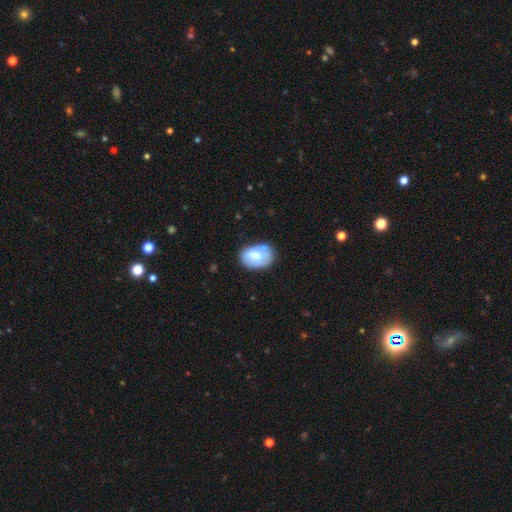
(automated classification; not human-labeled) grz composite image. It shows a smooth galaxy with no disk features (61%) that is in between round and cigar-shaped (78%). Merging: none (64%).